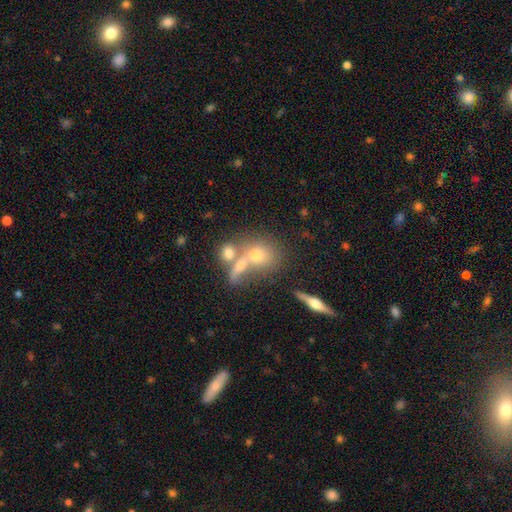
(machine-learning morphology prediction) smooth 55%, featured or disk 31%, star or artifact 15%. Down the decision tree: how rounded — round (61%); merging — merger (46%).